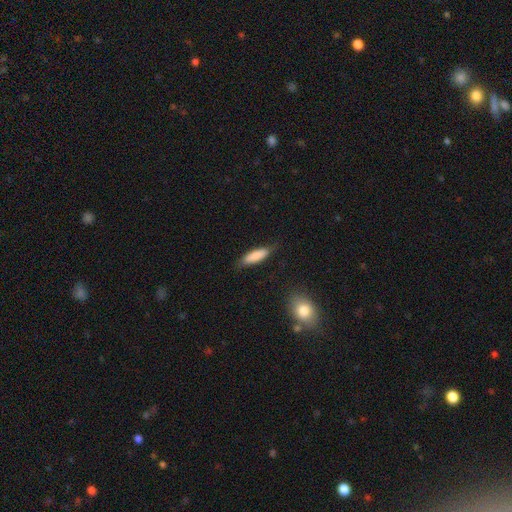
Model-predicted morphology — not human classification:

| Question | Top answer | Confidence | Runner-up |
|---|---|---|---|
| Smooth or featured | smooth | 82% | featured or disk (12%) |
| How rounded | cigar-shaped | 57% | in between (41%) |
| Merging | none | 76% | minor disturbance (18%) |